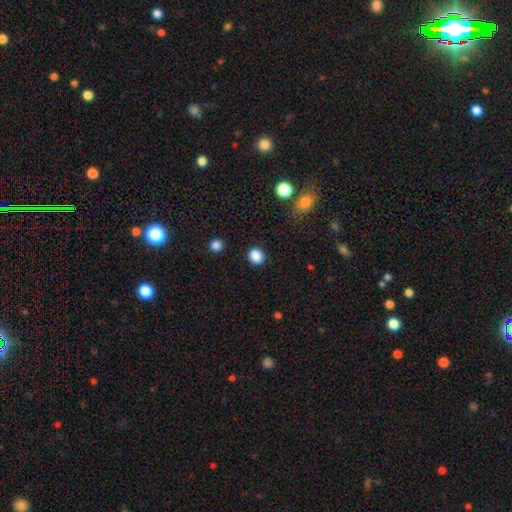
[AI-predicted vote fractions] Smooth or featured: smooth — 87% (star or artifact — 10%)
How rounded: round — 78% (in between — 21%)
Merging: none — 88% (minor disturbance — 8%)